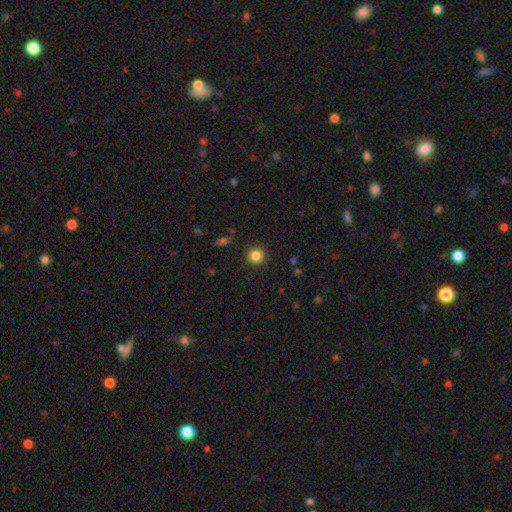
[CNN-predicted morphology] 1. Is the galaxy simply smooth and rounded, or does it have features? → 85% smooth, 11% star or artifact, 4% featured or disk.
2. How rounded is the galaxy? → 93% round, 6% in between, 1% cigar-shaped.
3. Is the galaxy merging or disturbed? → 91% none, 6% minor disturbance, 2% major disturbance, 1% merger.